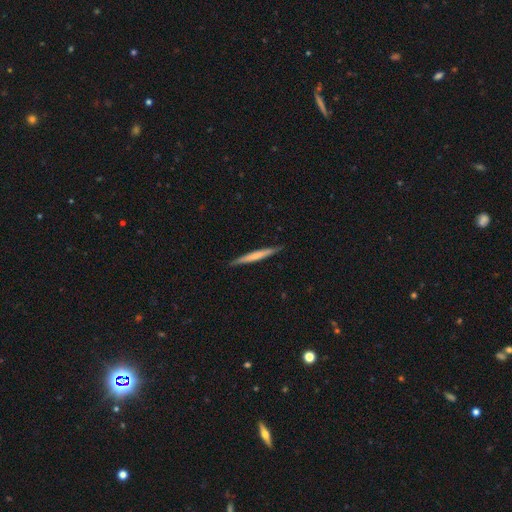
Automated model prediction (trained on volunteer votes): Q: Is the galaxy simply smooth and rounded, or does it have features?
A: smooth — 56%.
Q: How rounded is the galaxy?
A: cigar-shaped — 97%.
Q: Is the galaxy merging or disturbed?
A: none — 90%.